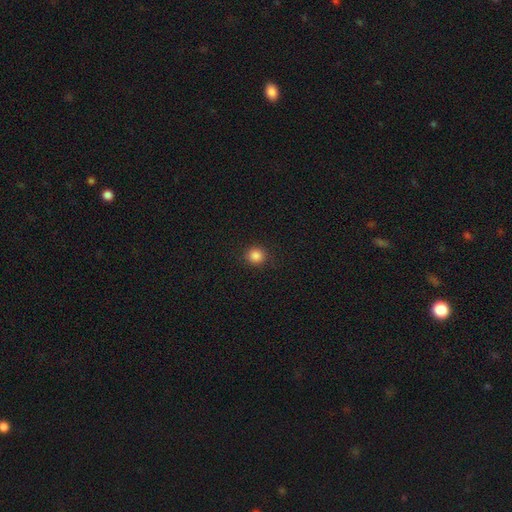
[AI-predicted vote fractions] A smooth galaxy with no disk features (86%) that is round (89%).

Vote fractions:
- Smooth or featured? smooth: 86% / star or artifact: 11% / featured or disk: 3%
- How rounded? round: 89% / in between: 10% / cigar-shaped: 1%
- Merging? none: 90% / minor disturbance: 7% / major disturbance: 2% / merger: 1%